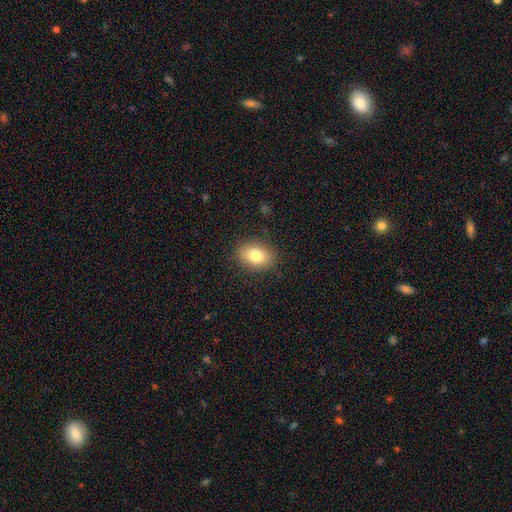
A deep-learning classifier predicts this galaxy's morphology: A smooth galaxy with no disk features (80%) that is in between round and cigar-shaped (77%). Merging: none (86%).